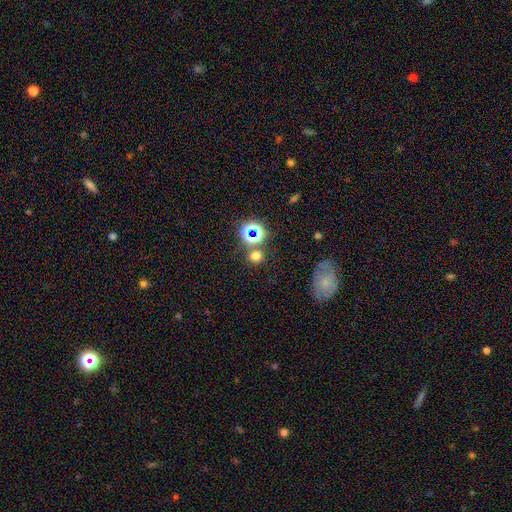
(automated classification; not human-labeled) Overall: smooth (64%; star or artifact 28%). How rounded: round (81%). Merging: none (74%).